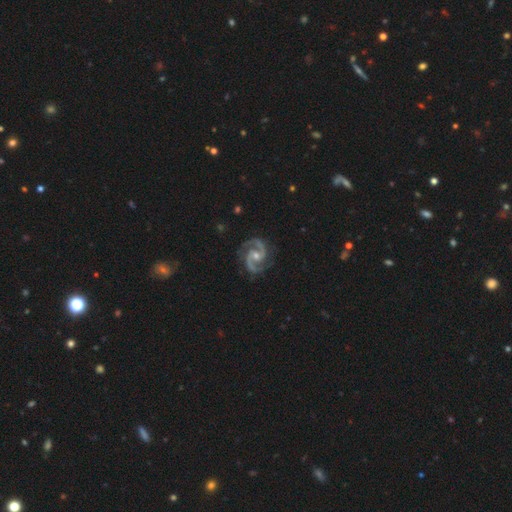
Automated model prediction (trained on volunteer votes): Smooth or featured: featured or disk — 94% (star or artifact — 4%)
Edge-on disk: no — 98% (yes — 2%)
Bar: no — 47% (weak — 39%)
Spiral arms: yes — 99% (no — 1%)
Spiral winding: medium — 66% (tight — 24%)
Spiral arm count: 2 — 94% (3 — 2%)
Bulge size: moderate — 49% (small — 46%)
Merging: none — 83% (minor disturbance — 12%)